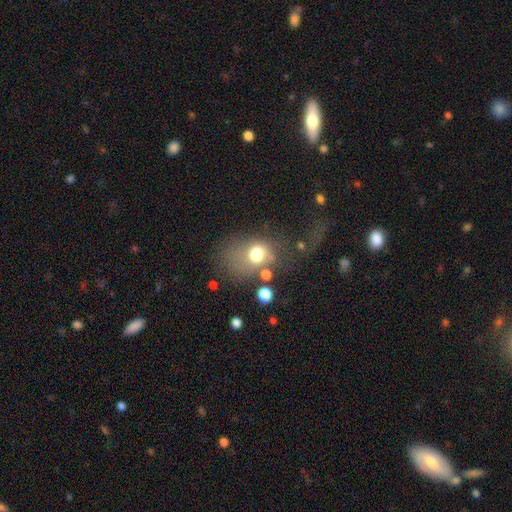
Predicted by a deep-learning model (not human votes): smooth_or_featured: smooth (p=0.66) [alt: featured or disk p=0.20]
how_rounded: in between (p=0.59) [alt: round p=0.40]
merging: major disturbance (p=0.34) [alt: none p=0.30]